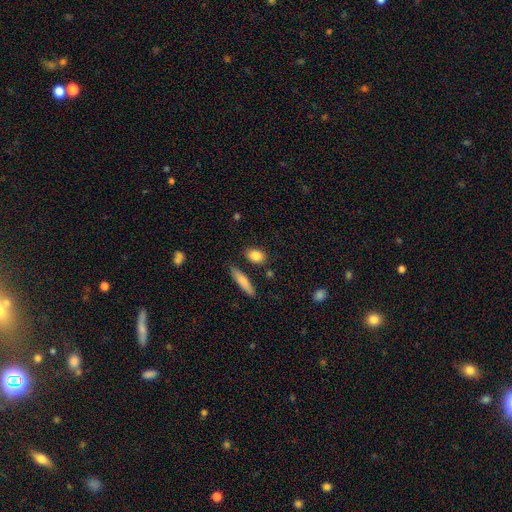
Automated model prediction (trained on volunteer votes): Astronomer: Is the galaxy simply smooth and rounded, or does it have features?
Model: smooth — 85%.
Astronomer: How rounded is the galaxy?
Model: in between — 67%.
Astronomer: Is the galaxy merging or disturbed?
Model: none — 81%.